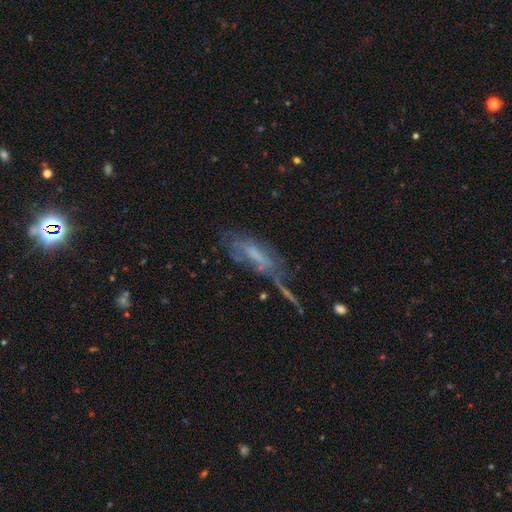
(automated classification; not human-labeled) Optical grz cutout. It shows a featured or disk galaxy (48%). Merging: none (40%).